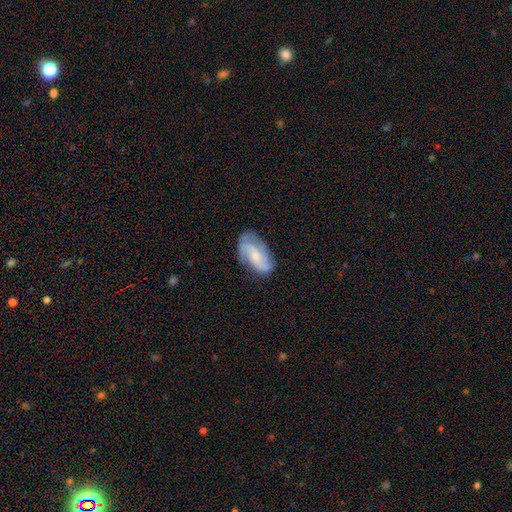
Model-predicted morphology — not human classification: This is likely a featured or disk galaxy (74%). It is clearly not viewed edge-on (97%). Bar: possibly no (53%). Spiral arm pattern: clearly yes (94%). Spiral arm count: possibly 2 (48%). Spiral winding: possibly medium (46%). Central bulge: possibly small (49%). Merging: likely none (69%).